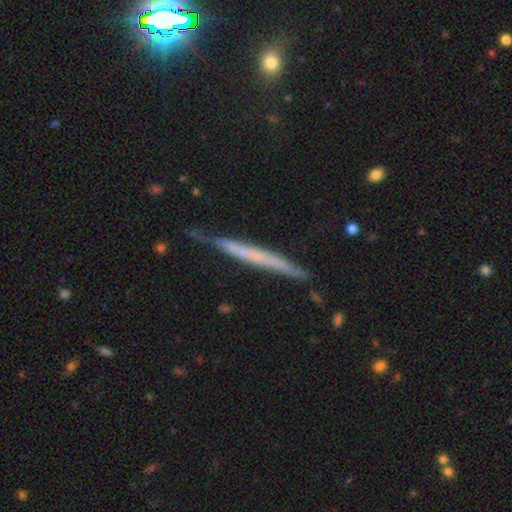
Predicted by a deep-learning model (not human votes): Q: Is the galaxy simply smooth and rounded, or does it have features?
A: featured or disk — 53%.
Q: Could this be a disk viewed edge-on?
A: yes — 94%.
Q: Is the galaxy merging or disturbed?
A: none — 74%.